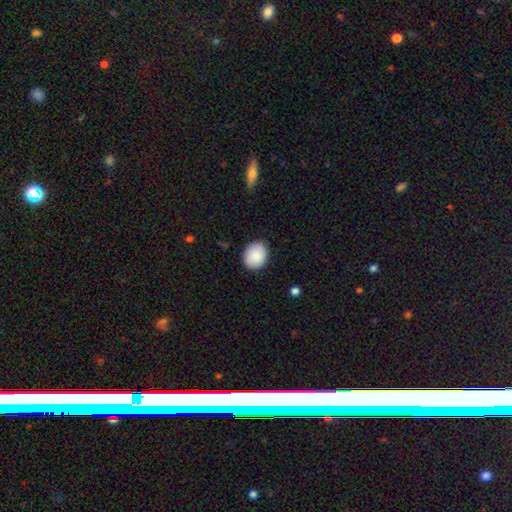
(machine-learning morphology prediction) Smooth or featured? Predicted: smooth (p=0.84). How rounded? Predicted: round (p=0.52). Merging? Predicted: none (p=0.87).